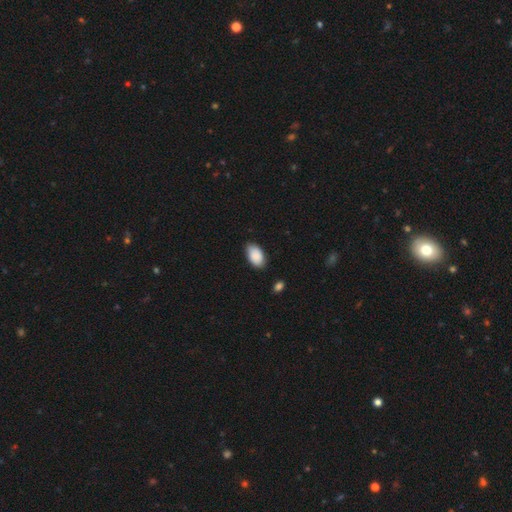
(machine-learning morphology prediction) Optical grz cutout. It shows a smooth galaxy with no disk features (90%) that is in between round and cigar-shaped (94%). Merging: none (78%).